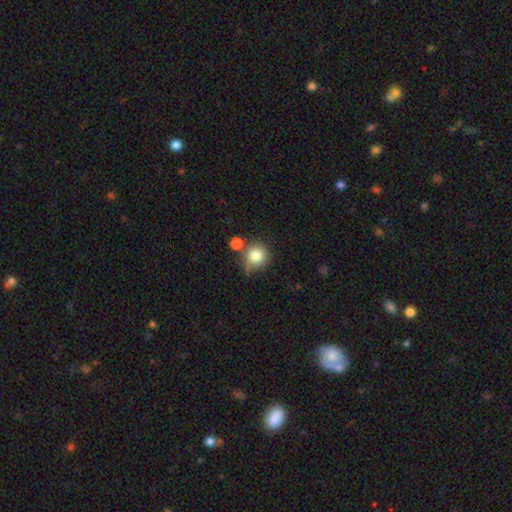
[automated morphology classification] Overall: smooth (81%). How rounded: round (88%). Merging: none (56%; merger 19%).